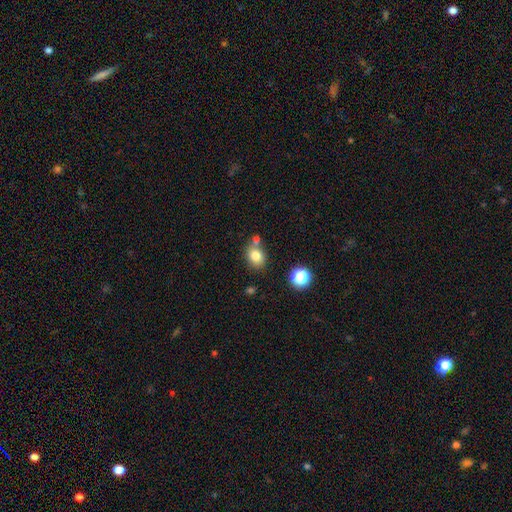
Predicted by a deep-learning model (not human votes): Q: Smooth or featured?
A: smooth (80%); runner-up: star or artifact (12%)
Q: How rounded?
A: round (55%); runner-up: in between (44%)
Q: Merging?
A: none (61%); runner-up: merger (20%)